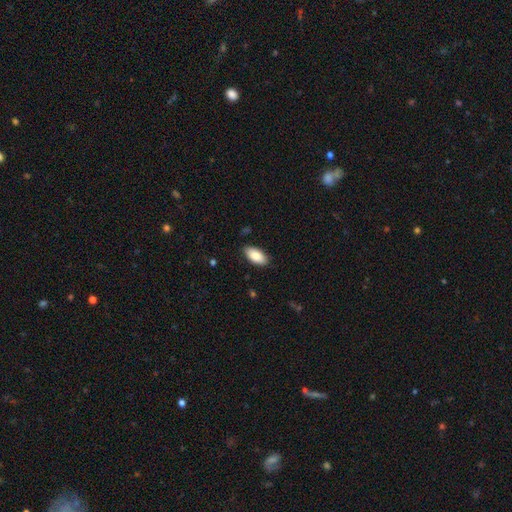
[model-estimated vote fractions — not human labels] smooth_or_featured: smooth (p=0.86) [alt: featured or disk p=0.07]
how_rounded: in between (p=0.92) [alt: cigar-shaped p=0.05]
merging: none (p=0.85) [alt: minor disturbance p=0.11]